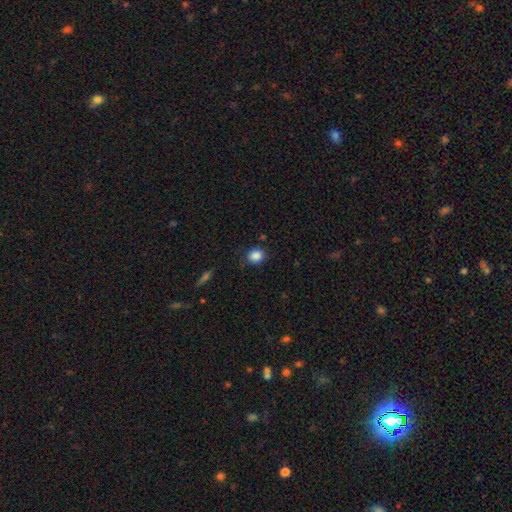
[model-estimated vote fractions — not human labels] A smooth galaxy with no disk features (86%) that is round (63%). Merging: none (80%).